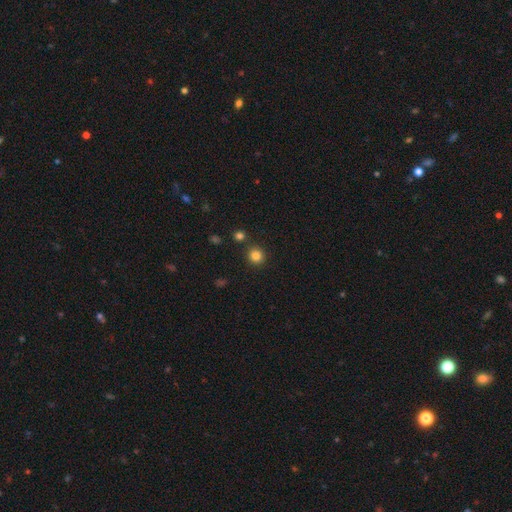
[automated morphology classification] This appears to be a smooth galaxy with no disk features (83%) that is round (91%). Merging: none (86%).